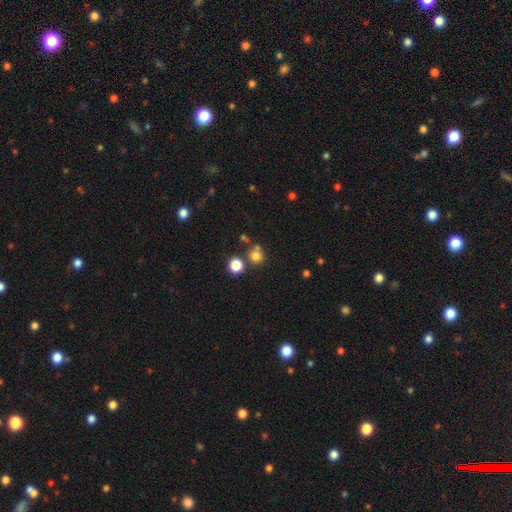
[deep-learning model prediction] This appears to be a smooth galaxy with no disk features (75%) that is round (89%). Merging: none (67%).